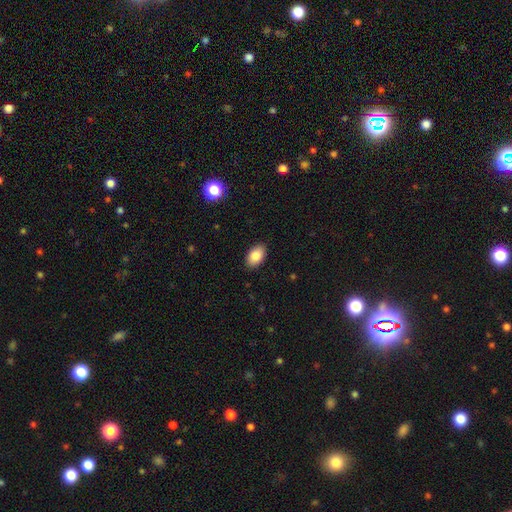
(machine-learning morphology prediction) Q: Smooth or featured?
A: smooth (85%); runner-up: featured or disk (7%)
Q: How rounded?
A: in between (92%); runner-up: round (6%)
Q: Merging?
A: none (89%); runner-up: minor disturbance (8%)